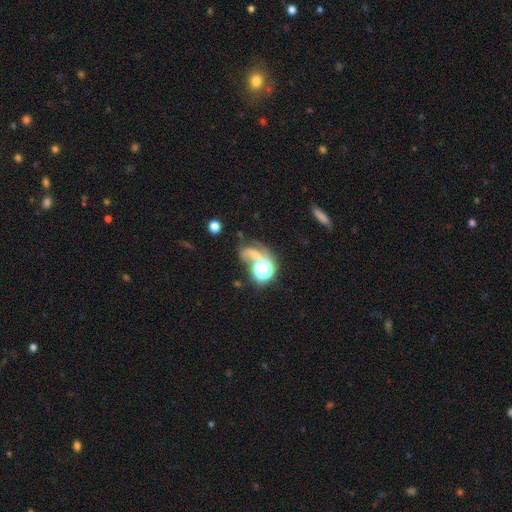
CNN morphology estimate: This appears to be a star or artifact, not a galaxy (48%).